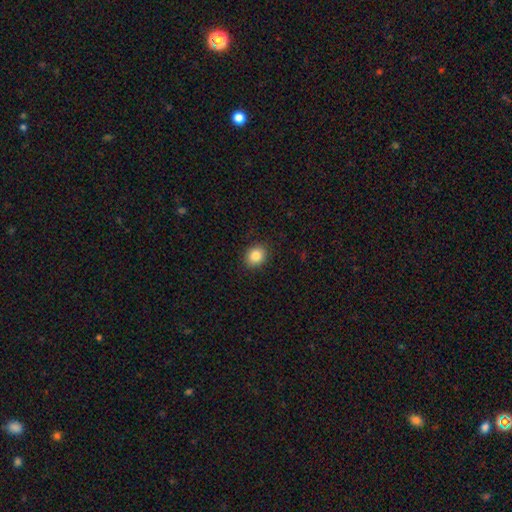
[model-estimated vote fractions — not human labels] smooth_or_featured: smooth (p=0.85) [alt: star or artifact p=0.09]
how_rounded: round (p=0.64) [alt: in between p=0.35]
merging: none (p=0.90) [alt: minor disturbance p=0.07]